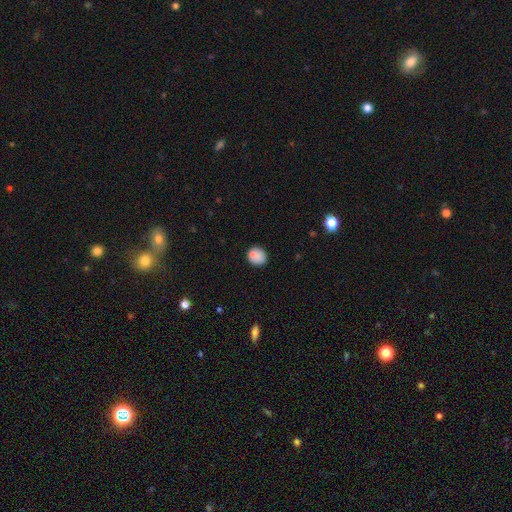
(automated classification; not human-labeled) Smooth or featured? Predicted: smooth (p=0.83). How rounded? Predicted: round (p=0.82). Merging? Predicted: none (p=0.74).